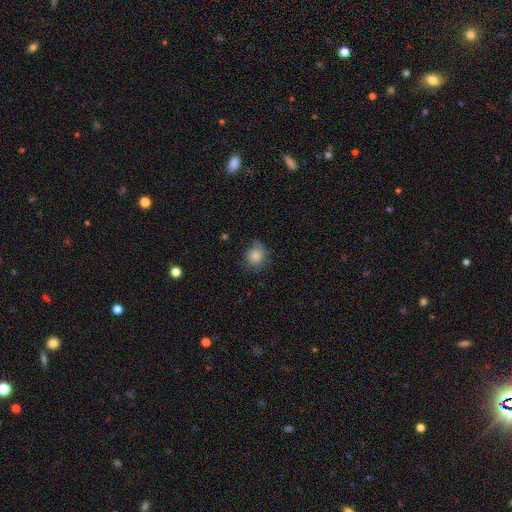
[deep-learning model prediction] This is clearly a smooth galaxy (81%). How rounded: clearly round (83%). Merging: likely none (65%).